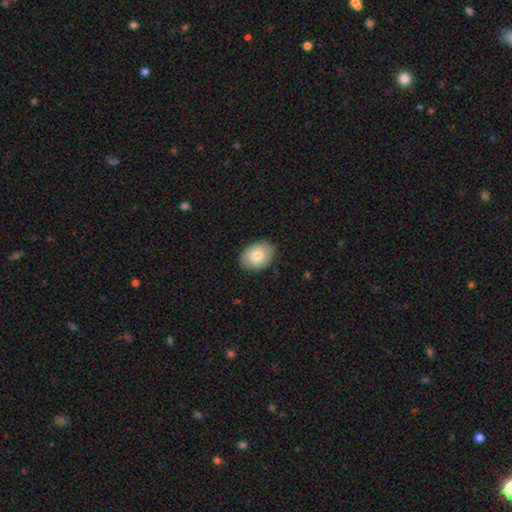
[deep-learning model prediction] smooth_or_featured: smooth (p=0.75) [alt: featured or disk p=0.18]
how_rounded: in between (p=0.69) [alt: round p=0.30]
merging: none (p=0.85) [alt: minor disturbance p=0.12]